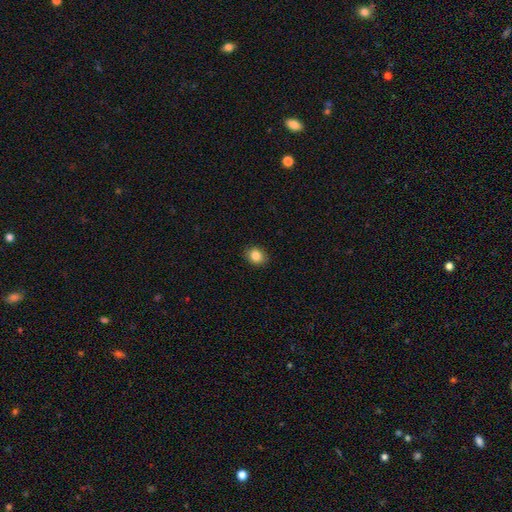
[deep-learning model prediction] A smooth galaxy with no disk features (85%) that is round (55%).

Vote fractions:
- Smooth or featured? smooth: 85% / star or artifact: 10% / featured or disk: 5%
- How rounded? round: 55% / in between: 44% / cigar-shaped: 1%
- Merging? none: 90% / minor disturbance: 8% / major disturbance: 2% / merger: 1%